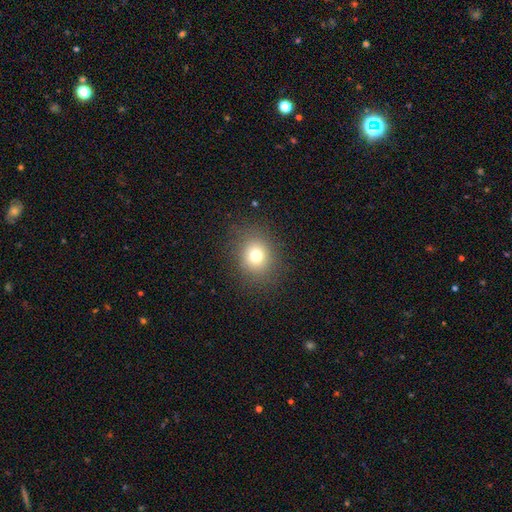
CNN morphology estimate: smooth 76%, star or artifact 14%, featured or disk 10%. Down the decision tree: how rounded — round (72%); merging — none (85%).